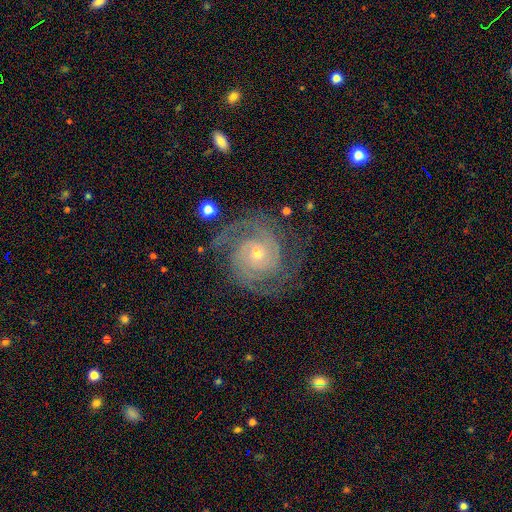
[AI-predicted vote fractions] Smooth or featured? Predicted: featured or disk (p=0.91). Edge-on disk? Predicted: no (p=0.98). Bar? Predicted: no (p=0.64). Spiral arms? Predicted: yes (p=0.98). Spiral winding? Predicted: tight (p=0.66). Spiral arm count? Predicted: 2 (p=0.62). Bulge size? Predicted: small (p=0.55). Merging? Predicted: none (p=0.78).